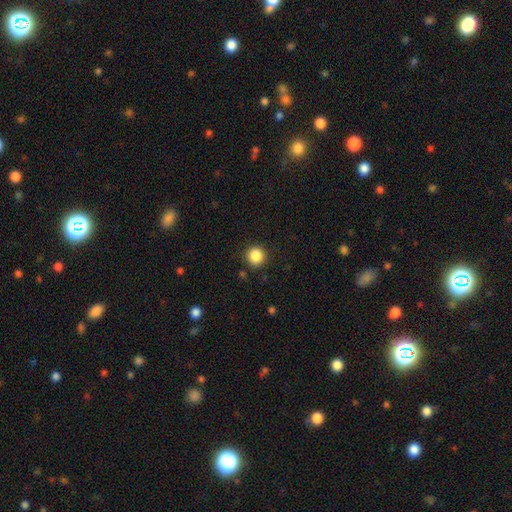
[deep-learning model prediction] This is clearly a smooth galaxy (86%). How rounded: clearly round (94%). Merging: clearly none (90%).